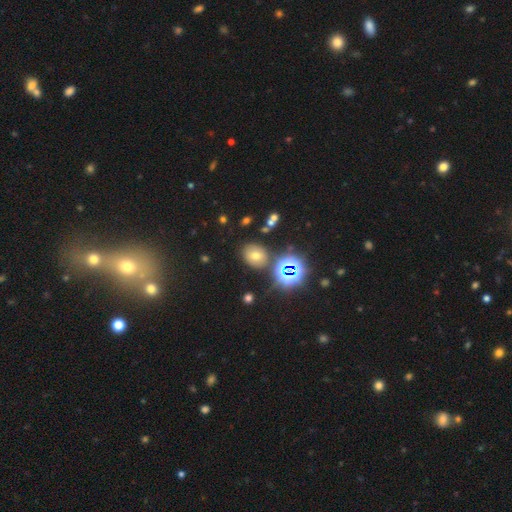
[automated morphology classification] Overall: smooth (56%; star or artifact 31%). How rounded: round (58%; in between 41%). Merging: none (80%).